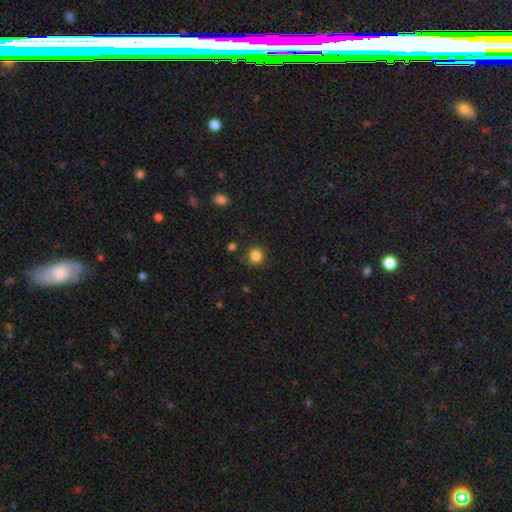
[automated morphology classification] Smooth or featured?
  - smooth: 84% *
  - star or artifact: 12%
  - featured or disk: 4%
How rounded?
  - round: 93% *
  - in between: 6%
  - cigar-shaped: 1%
Merging?
  - none: 88% *
  - minor disturbance: 7%
  - major disturbance: 2%
  - merger: 2%